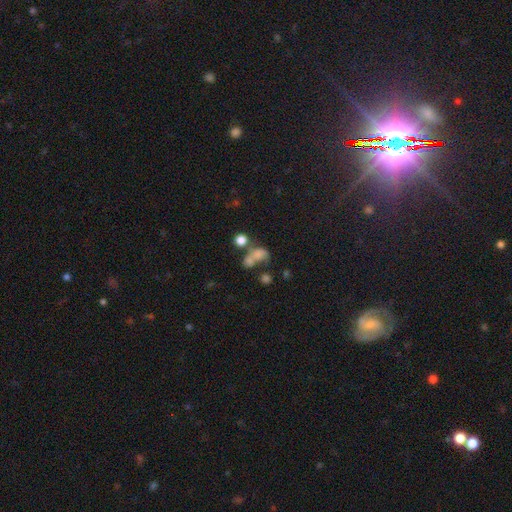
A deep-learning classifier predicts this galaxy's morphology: smooth_or_featured: smooth (p=0.62) [alt: featured or disk p=0.20]
how_rounded: in between (p=0.55) [alt: round p=0.43]
merging: merger (p=0.47) [alt: none p=0.26]